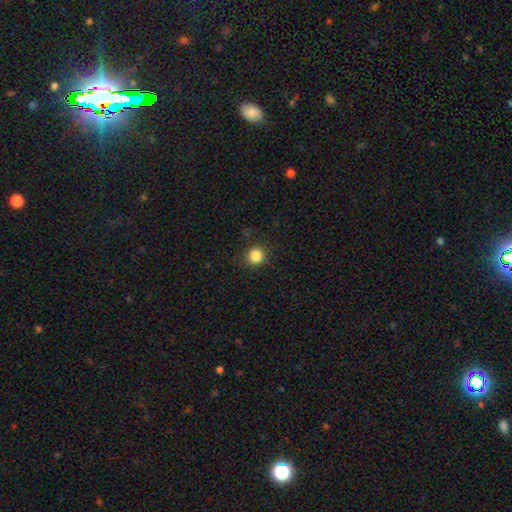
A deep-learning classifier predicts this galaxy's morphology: This is clearly a smooth galaxy (84%). How rounded: clearly round (91%). Merging: clearly none (89%).